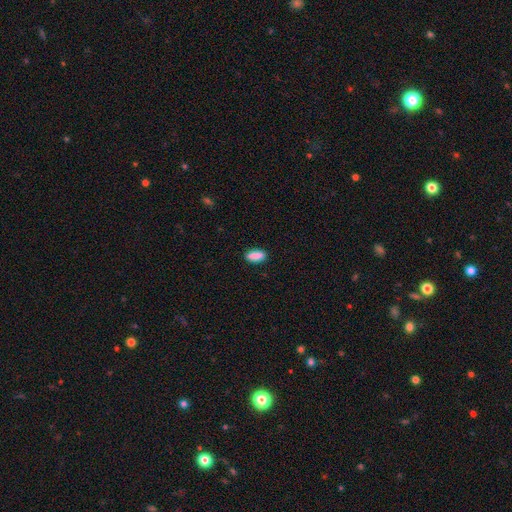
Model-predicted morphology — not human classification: This is clearly a smooth galaxy (89%). How rounded: clearly in between (82%). Merging: clearly none (89%).